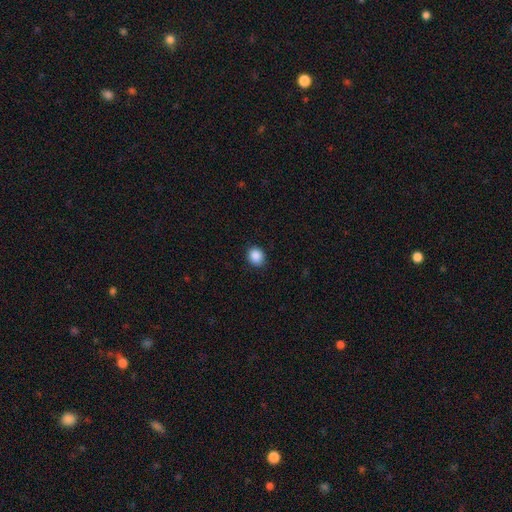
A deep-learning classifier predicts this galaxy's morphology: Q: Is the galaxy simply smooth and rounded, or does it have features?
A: smooth — 88%.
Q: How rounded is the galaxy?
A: round — 72%.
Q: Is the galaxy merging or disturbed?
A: none — 88%.